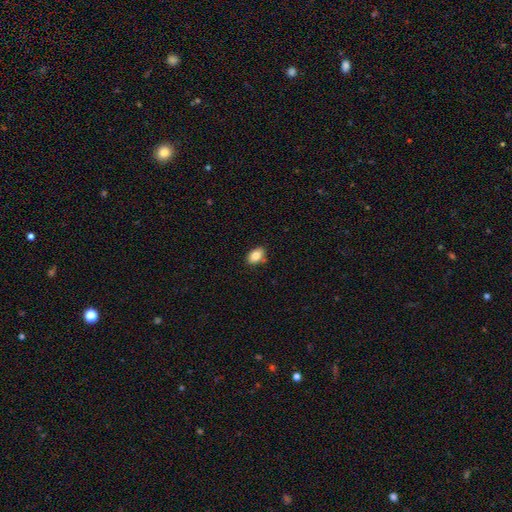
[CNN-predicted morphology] Smooth or featured?
  - smooth: 84% *
  - star or artifact: 8%
  - featured or disk: 8%
How rounded?
  - in between: 89% *
  - round: 10%
  - cigar-shaped: 2%
Merging?
  - none: 83% *
  - minor disturbance: 12%
  - merger: 3%
  - major disturbance: 2%